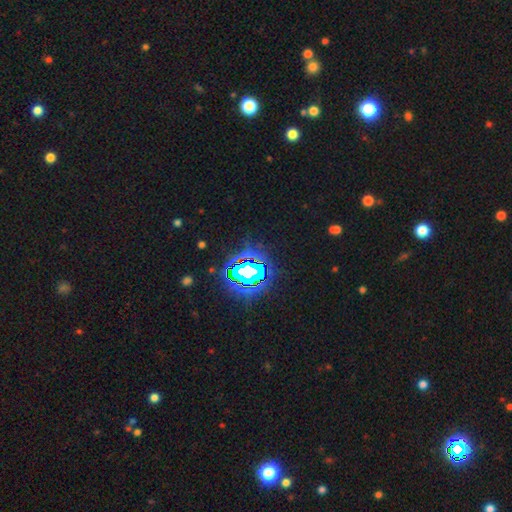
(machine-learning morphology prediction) type=star or artifact (81%).